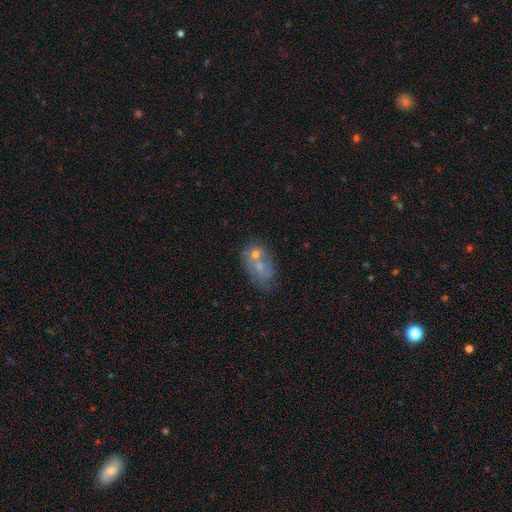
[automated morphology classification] Overall: smooth (46%; featured or disk 38%). Merging: none (45%; merger 30%).